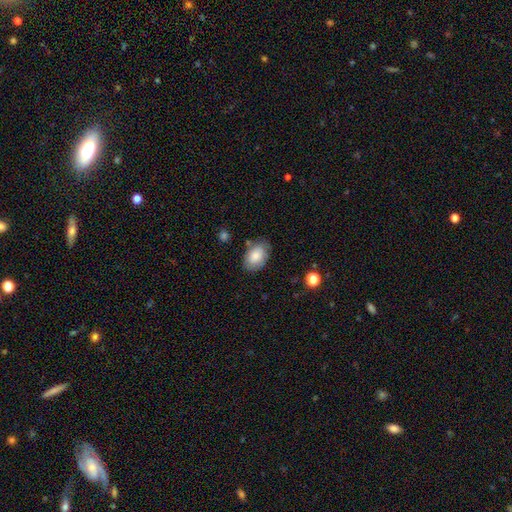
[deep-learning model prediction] Smooth or featured?
  - smooth: 80% *
  - featured or disk: 13%
  - star or artifact: 7%
How rounded?
  - in between: 89% *
  - round: 10%
  - cigar-shaped: 1%
Merging?
  - none: 72% *
  - minor disturbance: 20%
  - major disturbance: 5%
  - merger: 3%